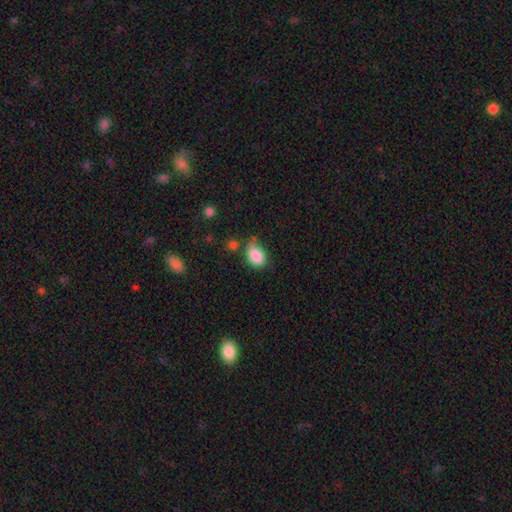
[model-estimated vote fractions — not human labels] Smooth or featured: smooth — 86% (star or artifact — 8%)
How rounded: in between — 77% (round — 22%)
Merging: none — 56% (minor disturbance — 29%)